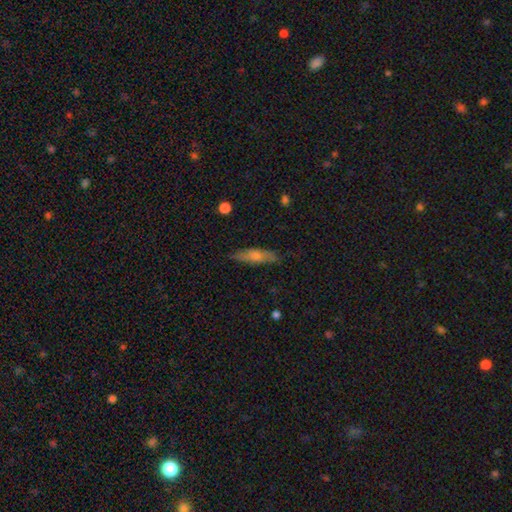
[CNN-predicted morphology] Smooth or featured? smooth (53%)
How rounded? cigar-shaped (72%)
Merging? none (83%)